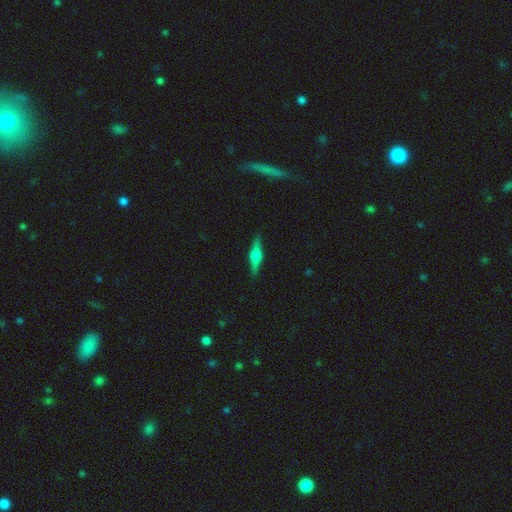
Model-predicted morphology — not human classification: Smooth or featured?
  - featured or disk: 70% *
  - smooth: 24%
  - star or artifact: 6%
Edge-on disk?
  - yes: 97% *
  - no: 3%
Edge-on bulge?
  - rounded: 91% *
  - boxy: 7%
  - none: 2%
Merging?
  - none: 90% *
  - minor disturbance: 8%
  - major disturbance: 2%
  - merger: 1%